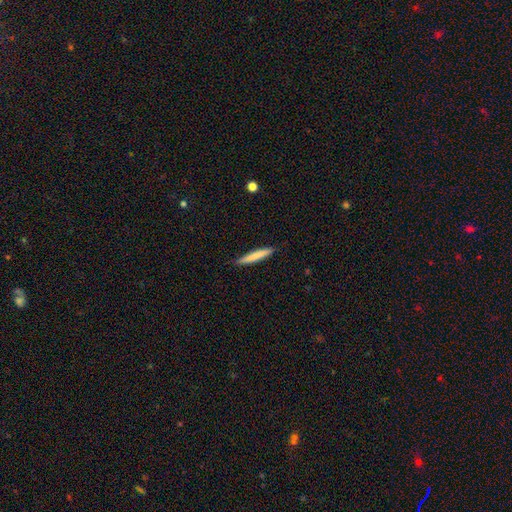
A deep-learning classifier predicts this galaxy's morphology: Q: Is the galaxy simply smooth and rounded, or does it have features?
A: smooth — 78%.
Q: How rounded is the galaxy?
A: cigar-shaped — 94%.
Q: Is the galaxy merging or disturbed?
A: none — 88%.